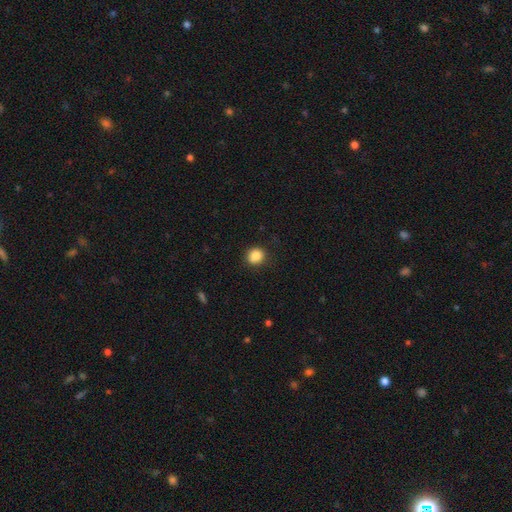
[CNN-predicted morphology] This is clearly a smooth galaxy (86%). How rounded: clearly round (82%). Merging: clearly none (82%).